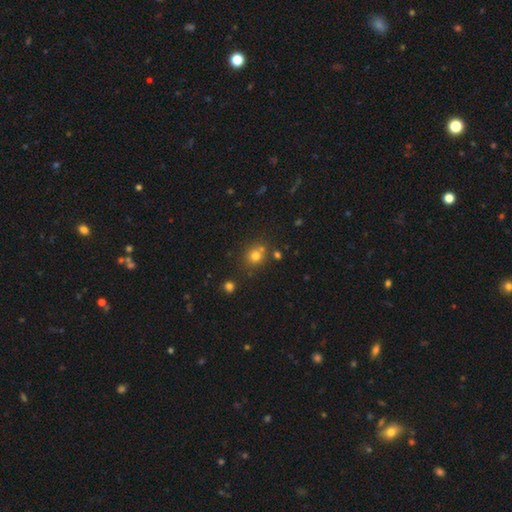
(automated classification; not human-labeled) Morphology: type=smooth (75%); roundness=round (82%); merging=none (69%).